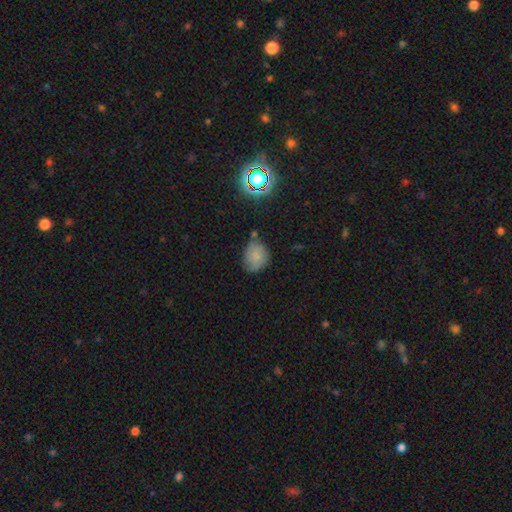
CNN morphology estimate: smooth_or_featured: smooth (p=0.72) [alt: featured or disk p=0.15]
how_rounded: in between (p=0.56) [alt: round p=0.43]
merging: none (p=0.58) [alt: minor disturbance p=0.28]